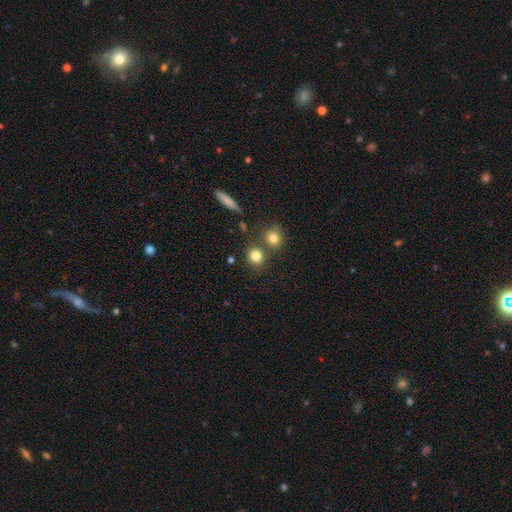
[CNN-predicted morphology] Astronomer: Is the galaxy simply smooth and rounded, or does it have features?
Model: smooth — 81%.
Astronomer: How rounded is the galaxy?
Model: round — 82%.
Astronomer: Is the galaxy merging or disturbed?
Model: none — 71%.